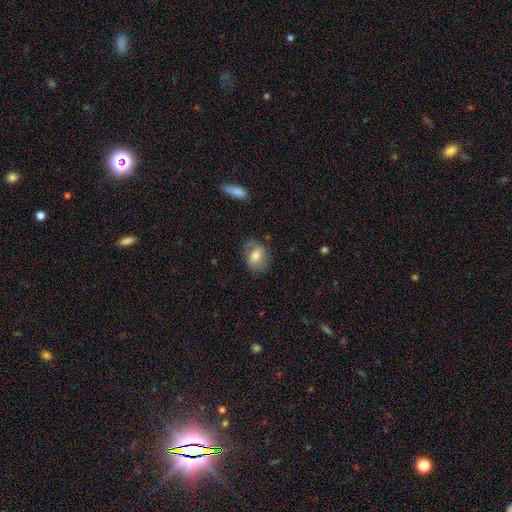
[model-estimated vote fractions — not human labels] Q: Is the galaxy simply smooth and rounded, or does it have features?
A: smooth — 60%.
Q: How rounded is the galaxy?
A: in between — 64%.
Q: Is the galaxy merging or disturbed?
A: none — 60%.